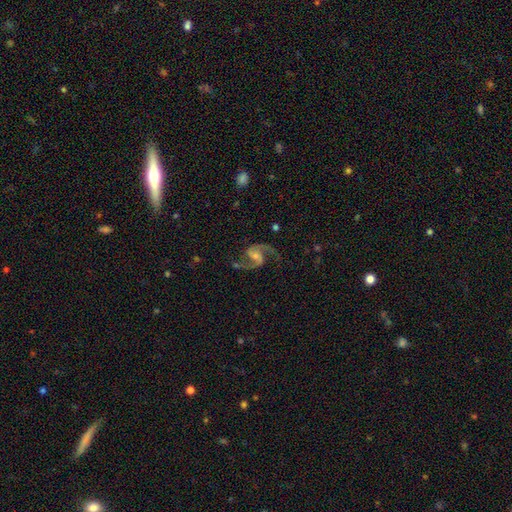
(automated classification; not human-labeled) A featured or disk galaxy (92%) with a weak bar (47%), 2 (94%) medium (55%) spiral arms (98%) and a small central bulge (50%).

Vote fractions:
- Smooth or featured? featured or disk: 92% / star or artifact: 5% / smooth: 3%
- Edge-on disk? no: 98% / yes: 2%
- Bar? weak: 47% / no: 34% / strong: 19%
- Spiral arms? yes: 98% / no: 2%
- Spiral winding? medium: 55% / loose: 37% / tight: 8%
- Spiral arm count? 2: 94% / 1: 1% / can't tell: 1% / 3: 1% / 4: 1% / more than 4: 1%
- Bulge size? small: 50% / moderate: 35% / none: 11% / large: 4% / dominant: 1%
- Merging? none: 78% / minor disturbance: 13% / major disturbance: 7% / merger: 2%